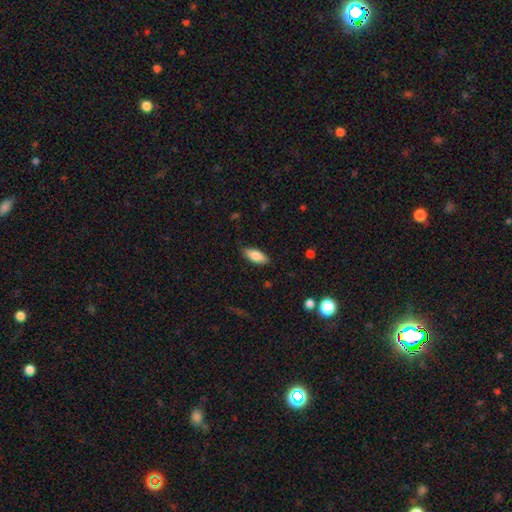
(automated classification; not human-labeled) This appears to be a smooth galaxy with no disk features (85%) that is in between round and cigar-shaped (82%). Merging: none (83%).